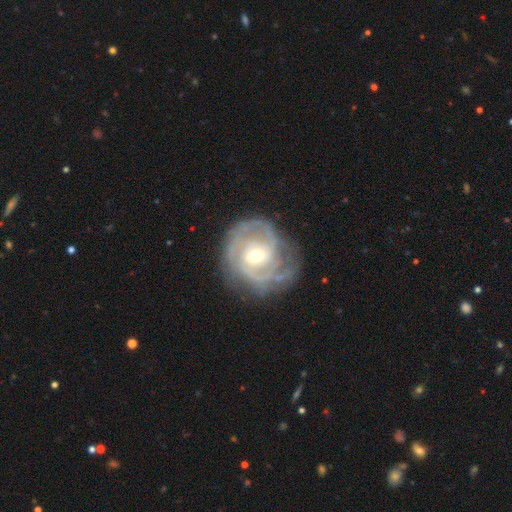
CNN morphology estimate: smooth_or_featured: featured or disk (p=0.88) [alt: smooth p=0.07]
disk_edge_on: no (p=0.98) [alt: yes p=0.02]
bar: weak (p=0.46) [alt: no p=0.38]
has_spiral_arms: yes (p=0.96) [alt: no p=0.04]
spiral_winding: tight (p=0.61) [alt: medium p=0.33]
spiral_arm_count: 2 (p=0.40) [alt: 3 p=0.23]
bulge_size: moderate (p=0.57) [alt: small p=0.38]
merging: none (p=0.69) [alt: minor disturbance p=0.20]